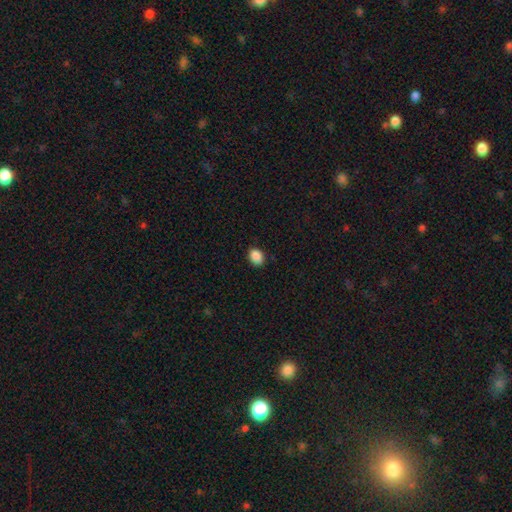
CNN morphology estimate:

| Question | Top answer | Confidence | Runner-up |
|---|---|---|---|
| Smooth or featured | smooth | 88% | star or artifact (9%) |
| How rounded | in between | 60% | round (39%) |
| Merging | none | 85% | minor disturbance (12%) |